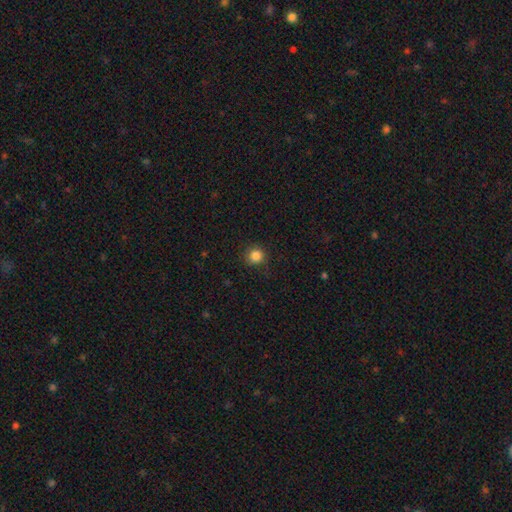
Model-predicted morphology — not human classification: The model was most divided on "smooth or featured": smooth: 85%, star or artifact: 11%, featured or disk: 4%. More confident: how rounded — round (92%); merging — none (88%).